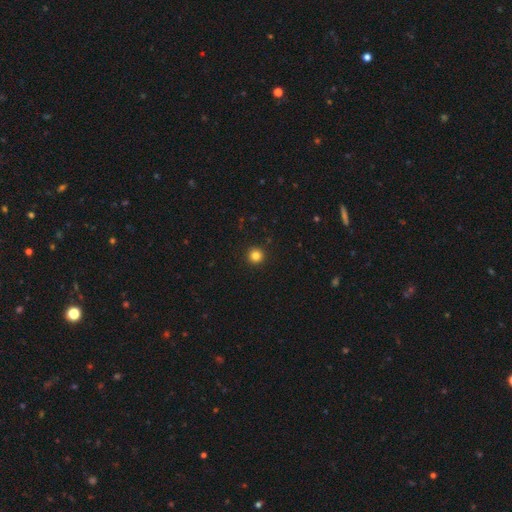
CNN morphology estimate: smooth_or_featured: smooth (p=0.83) [alt: star or artifact p=0.12]
how_rounded: round (p=0.96) [alt: in between p=0.03]
merging: none (p=0.93) [alt: minor disturbance p=0.04]